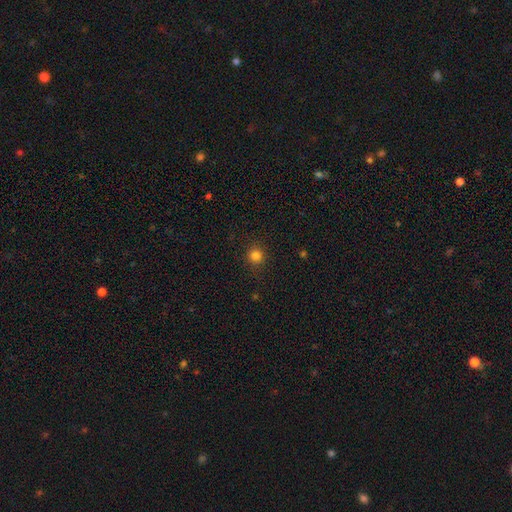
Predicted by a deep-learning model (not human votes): A smooth galaxy with no disk features (82%) that is round (94%). Merging: none (90%).